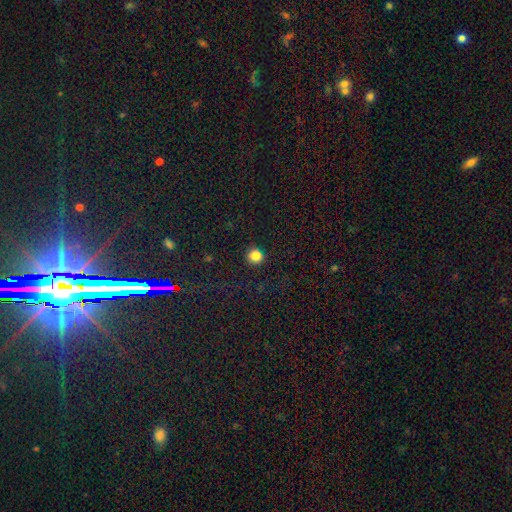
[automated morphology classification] type=smooth (85%); roundness=round (92%); merging=none (91%).